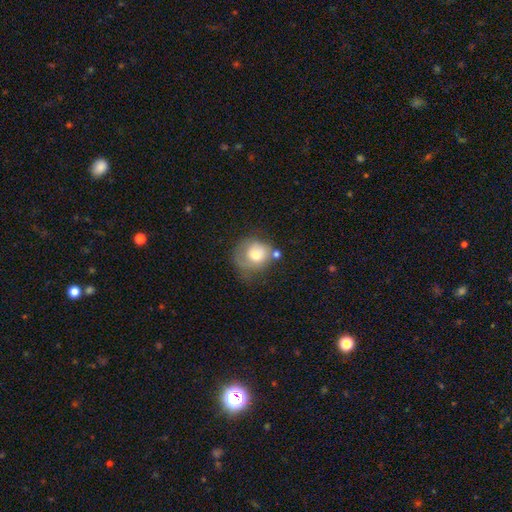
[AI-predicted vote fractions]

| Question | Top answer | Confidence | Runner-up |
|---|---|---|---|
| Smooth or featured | smooth | 65% | featured or disk (27%) |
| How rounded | round | 78% | in between (21%) |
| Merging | none | 39% | minor disturbance (27%) |